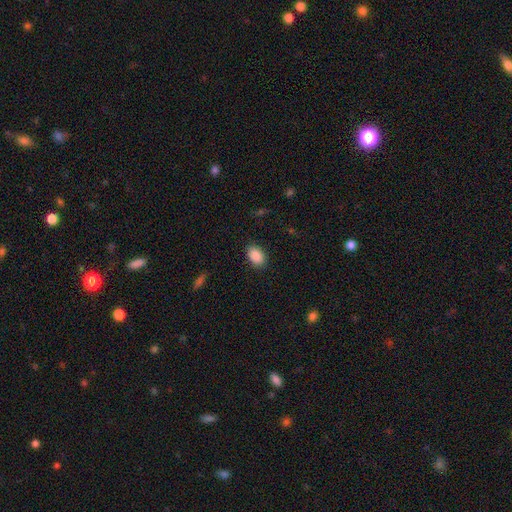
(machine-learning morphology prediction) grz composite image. It shows a smooth galaxy with no disk features (89%) that is in between round and cigar-shaped (89%). Merging: none (88%).